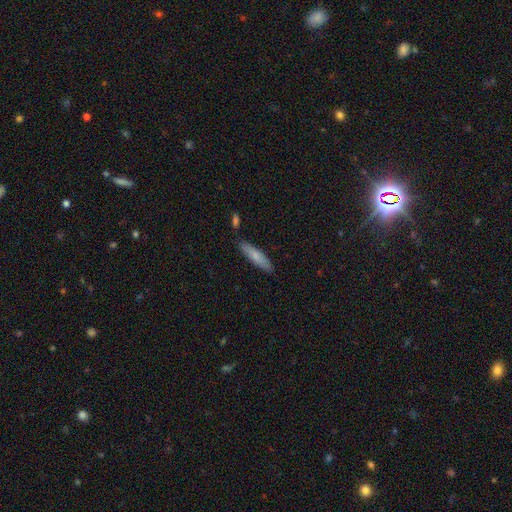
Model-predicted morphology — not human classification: Smooth or featured? smooth (75%)
How rounded? cigar-shaped (76%)
Merging? none (83%)